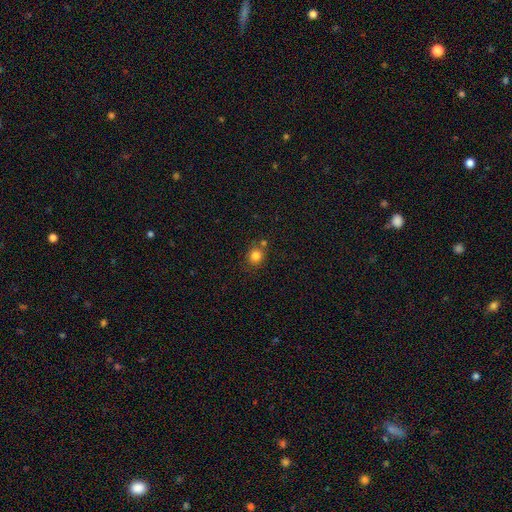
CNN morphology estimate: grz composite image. It shows a smooth galaxy with no disk features (83%) that is round (84%). Merging: none (72%).